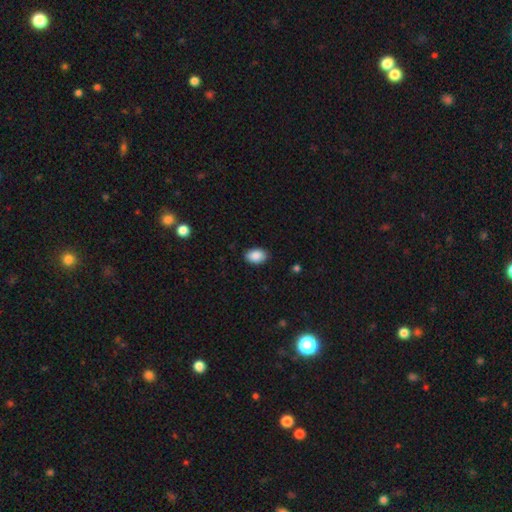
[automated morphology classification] Overall: smooth (89%). How rounded: in between (89%). Merging: none (87%).